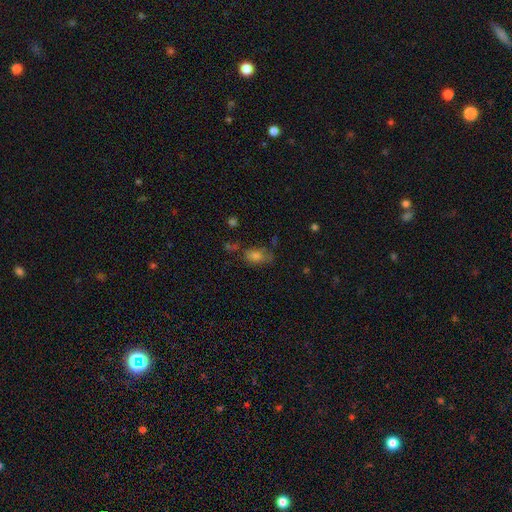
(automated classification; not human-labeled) The model was most divided on "merging": none: 50%, minor disturbance: 26%, major disturbance: 14%, merger: 10%. More confident: how rounded — in between (82%); smooth or featured — smooth (72%).